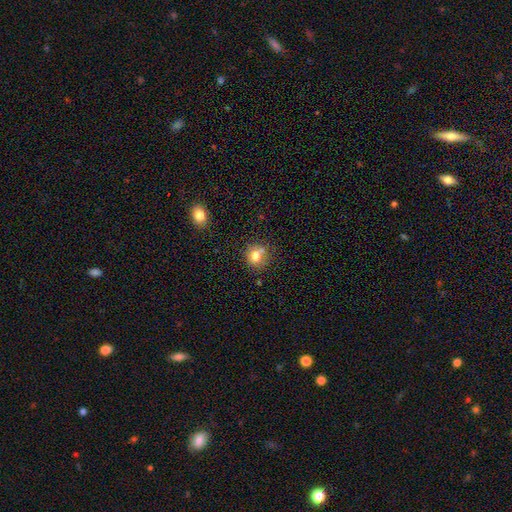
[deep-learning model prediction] smooth_or_featured: smooth (p=0.75) [alt: featured or disk p=0.12]
how_rounded: round (p=0.79) [alt: in between p=0.20]
merging: none (p=0.62) [alt: merger p=0.20]